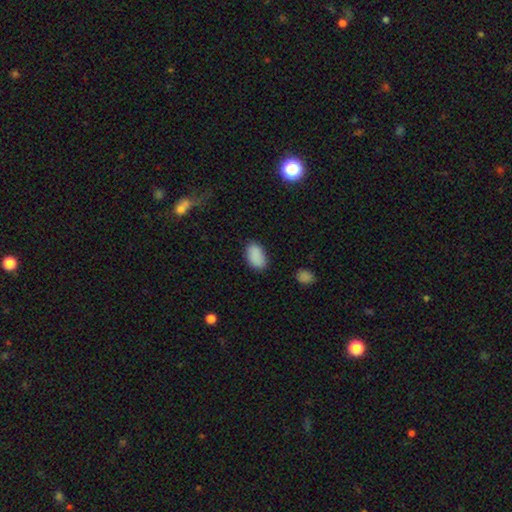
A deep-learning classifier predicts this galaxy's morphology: The model was most divided on "merging": none: 81%, minor disturbance: 14%, major disturbance: 3%, merger: 2%. More confident: how rounded — in between (93%); smooth or featured — smooth (89%).